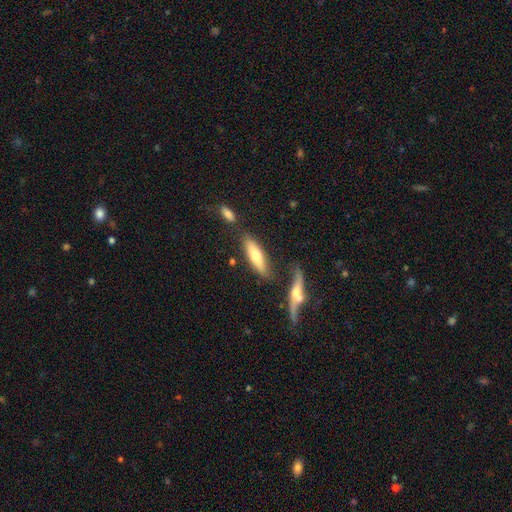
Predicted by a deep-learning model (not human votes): The model was most divided on "how rounded": cigar-shaped: 58%, in between: 40%, round: 2%. More confident: merging — none (67%); smooth or featured — smooth (61%).